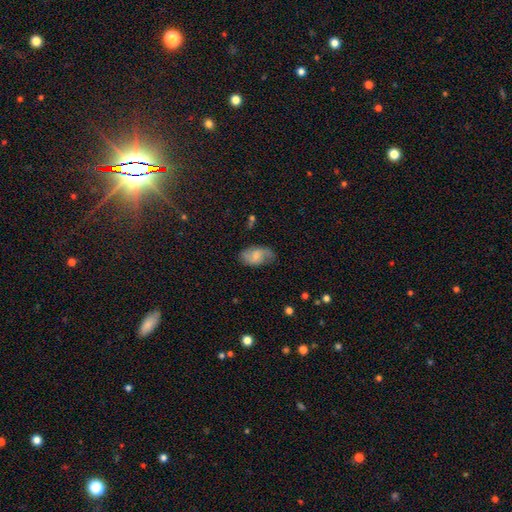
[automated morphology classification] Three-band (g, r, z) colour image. It shows a smooth galaxy with no disk features (48%). Merging: none (69%).